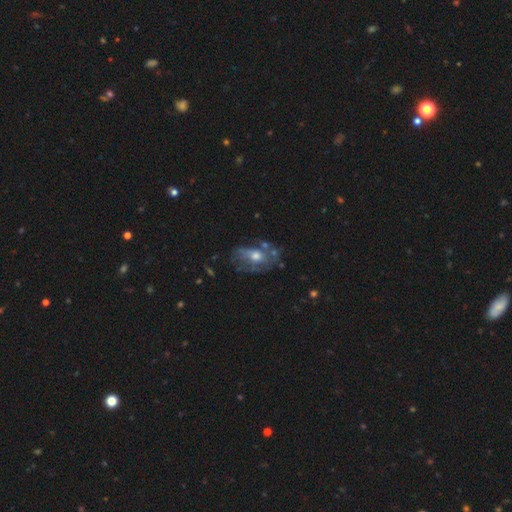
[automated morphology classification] type=featured or disk (55%); edge-on=no (93%); bar=no (80%); spiral arms=no (59%); bulge=moderate (69%); merging=none (46%).